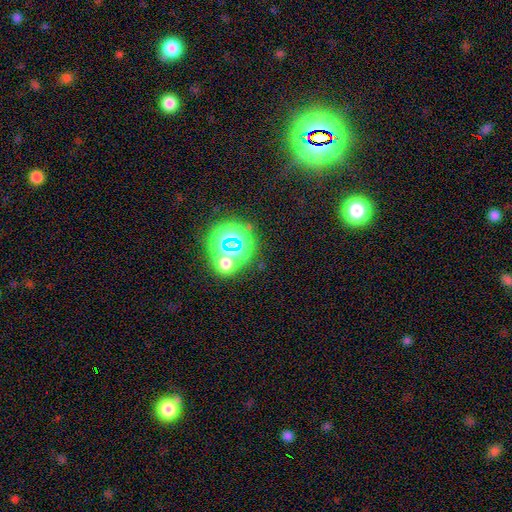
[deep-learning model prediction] star or artifact 68%, smooth 22%, featured or disk 10%.